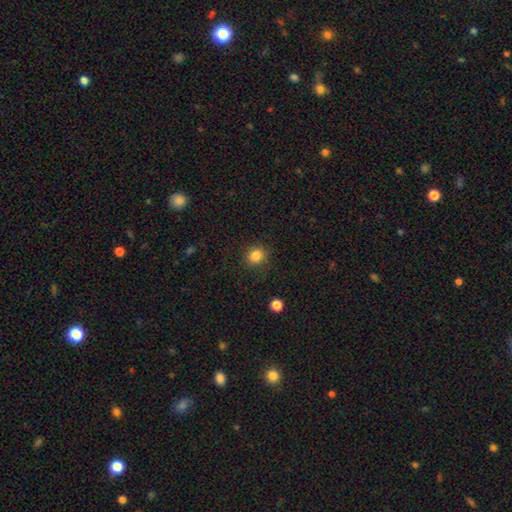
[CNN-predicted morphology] This is clearly a smooth galaxy (84%). How rounded: likely round (79%). Merging: clearly none (88%).